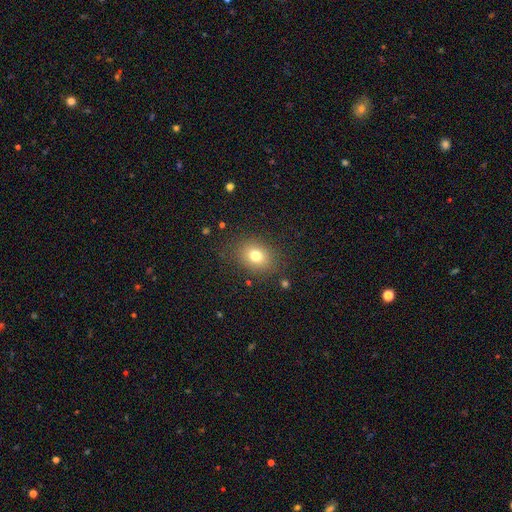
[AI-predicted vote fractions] The model was most divided on "how rounded": round: 50%, in between: 49%, cigar-shaped: 1%. More confident: merging — none (84%); smooth or featured — smooth (77%).